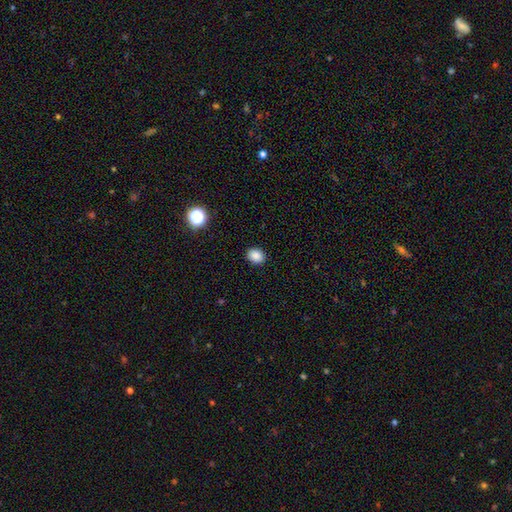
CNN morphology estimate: The model was most divided on "how rounded": in between: 52%, round: 47%, cigar-shaped: 1%. More confident: merging — none (90%); smooth or featured — smooth (87%).